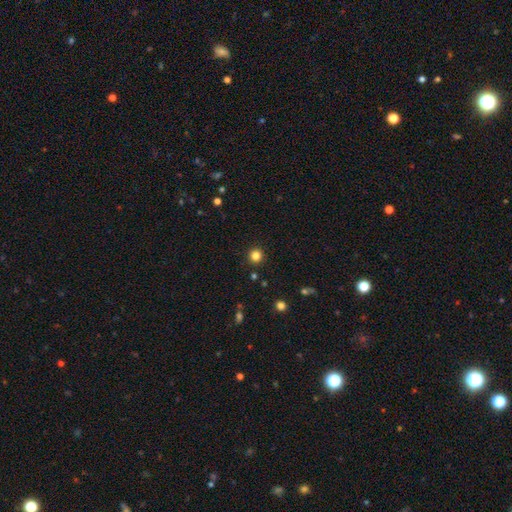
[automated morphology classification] smooth 82%, star or artifact 13%, featured or disk 4%. Down the decision tree: how rounded — round (94%); merging — none (92%).